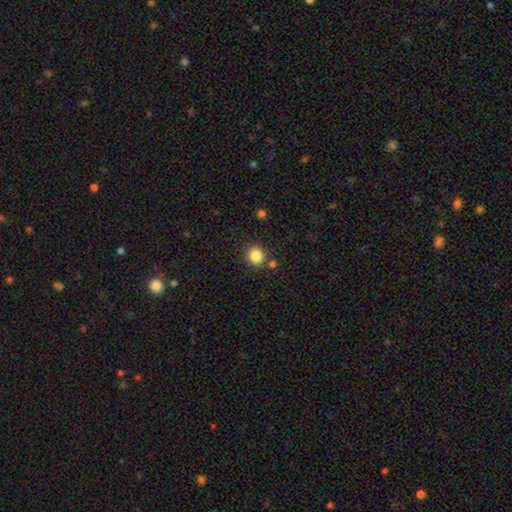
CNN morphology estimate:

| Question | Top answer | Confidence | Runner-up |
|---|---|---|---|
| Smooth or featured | smooth | 85% | star or artifact (11%) |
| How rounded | round | 85% | in between (14%) |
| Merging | none | 85% | minor disturbance (7%) |